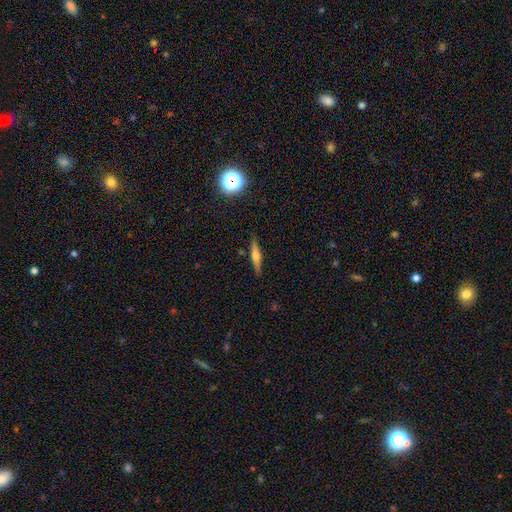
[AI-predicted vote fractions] Overall: featured or disk (55%; smooth 36%). Edge-on disk: yes (96%). Edge-on bulge: rounded (85%). Merging: none (88%).